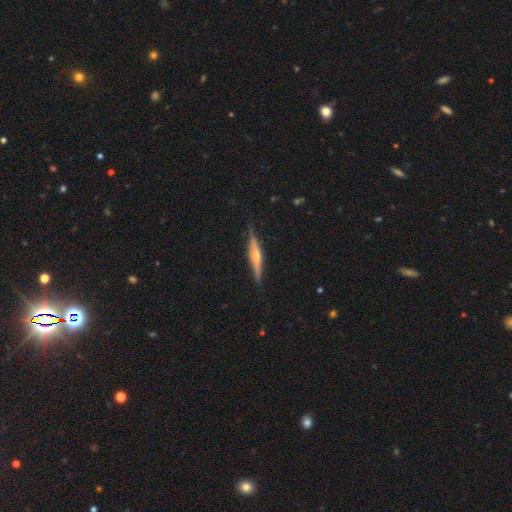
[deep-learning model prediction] Smooth or featured? Predicted: featured or disk (p=0.71). Edge-on disk? Predicted: yes (p=0.97). Edge-on bulge? Predicted: rounded (p=0.84). Merging? Predicted: none (p=0.86).